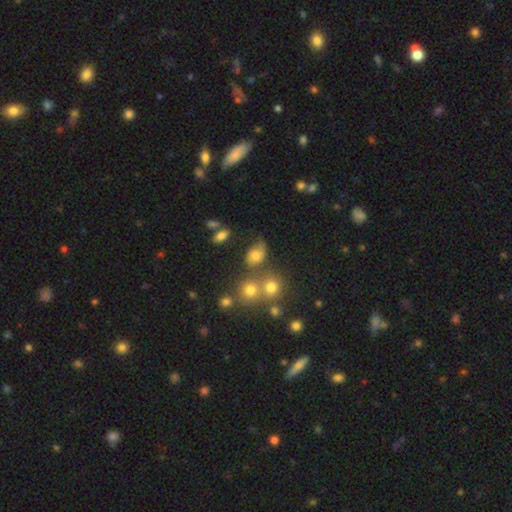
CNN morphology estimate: smooth_or_featured: smooth (p=0.66) [alt: featured or disk p=0.19]
how_rounded: in between (p=0.65) [alt: round p=0.33]
merging: none (p=0.41) [alt: minor disturbance p=0.25]